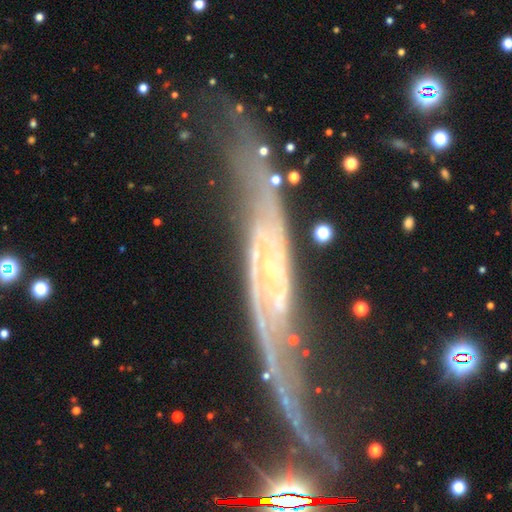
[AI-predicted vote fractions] The model was most divided on "spiral winding": medium: 39%, loose: 33%, tight: 28%. Remaining: spiral arms — yes (92%); smooth or featured — featured or disk (86%); bulge size — small (79%); spiral arm count — 2 (76%); edge-on disk — no (74%); merging — none (51%); bar — no (50%).